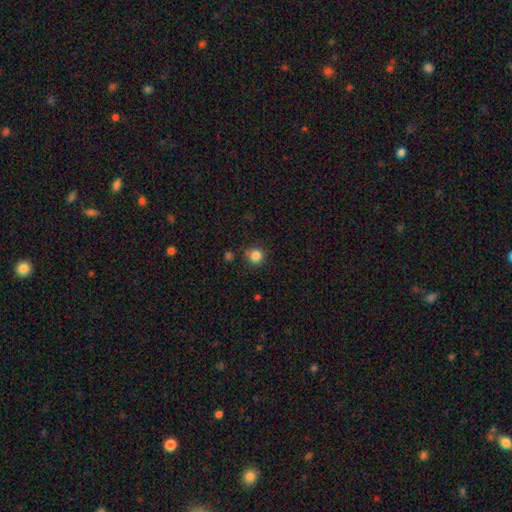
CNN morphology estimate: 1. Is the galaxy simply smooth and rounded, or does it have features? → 84% smooth, 12% star or artifact, 4% featured or disk.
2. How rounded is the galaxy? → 92% round, 7% in between, 1% cigar-shaped.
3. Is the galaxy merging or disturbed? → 82% none, 11% minor disturbance, 4% merger, 3% major disturbance.